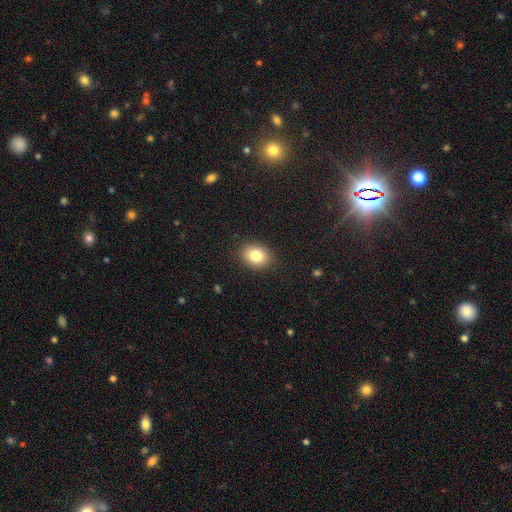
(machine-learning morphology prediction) Smooth or featured?
  - smooth: 82% *
  - star or artifact: 9%
  - featured or disk: 9%
How rounded?
  - in between: 60% *
  - round: 39%
  - cigar-shaped: 1%
Merging?
  - none: 89% *
  - minor disturbance: 8%
  - major disturbance: 2%
  - merger: 1%